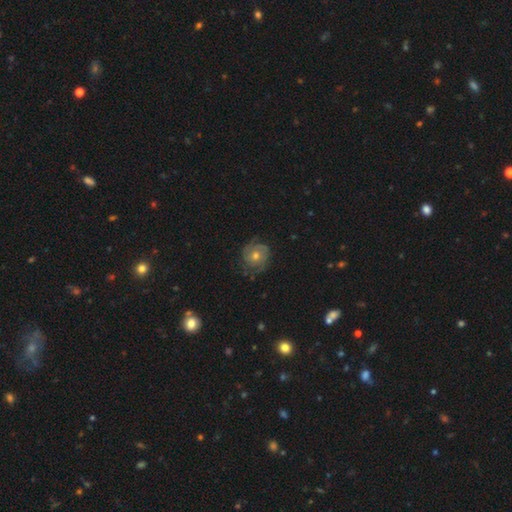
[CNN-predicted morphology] type=featured or disk (75%); edge-on=no (98%); bar=no (79%); spiral arms=yes (93%); winding=tight (63%); arm count=2 (45%); bulge=moderate (64%); merging=none (78%).